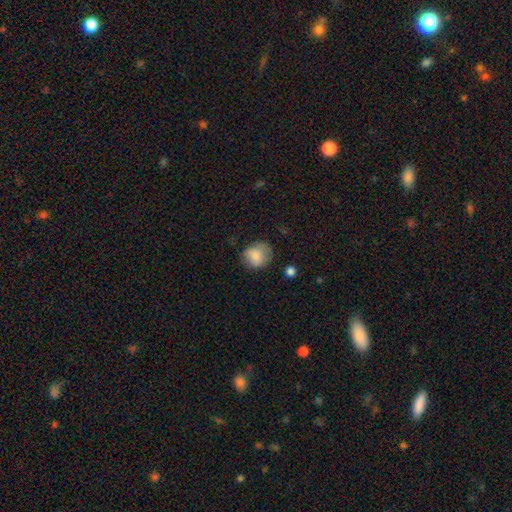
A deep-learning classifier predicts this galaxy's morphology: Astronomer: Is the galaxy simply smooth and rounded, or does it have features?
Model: smooth — 80%.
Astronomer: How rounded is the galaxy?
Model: round — 69%.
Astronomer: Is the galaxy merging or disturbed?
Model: none — 62%.